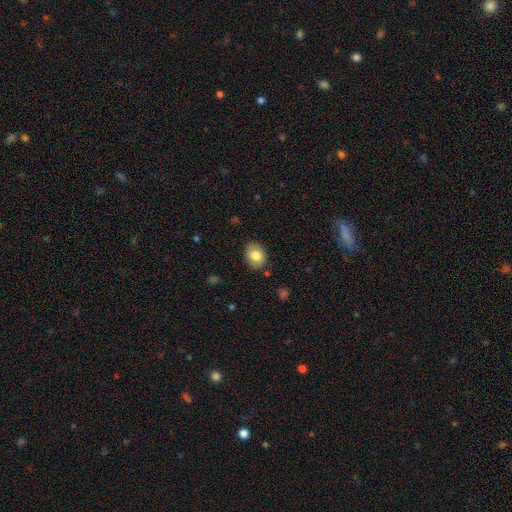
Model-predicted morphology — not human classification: type=smooth (79%); roundness=in between (69%); merging=none (84%).